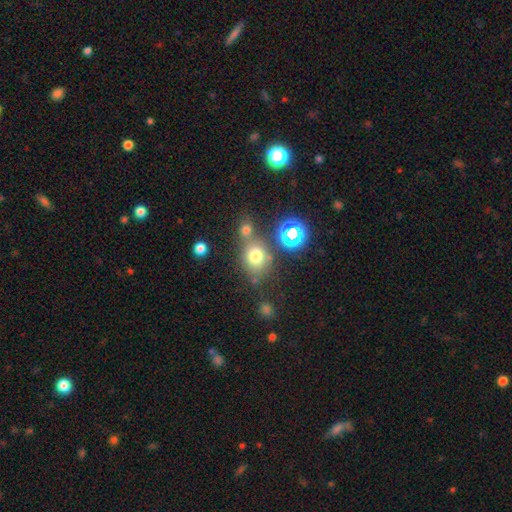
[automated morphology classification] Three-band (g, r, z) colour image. It shows a smooth galaxy with no disk features (70%) that is round (59%). Merging: none (58%).